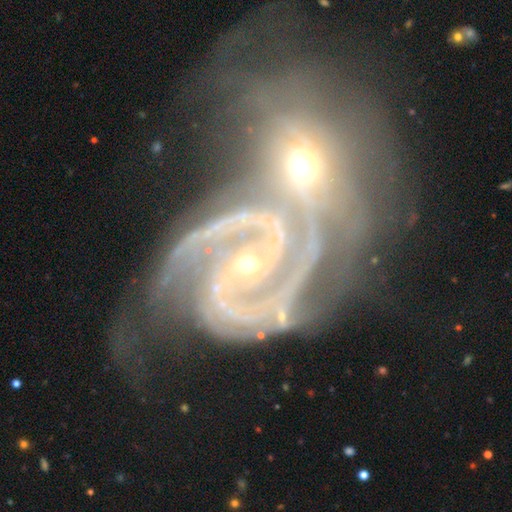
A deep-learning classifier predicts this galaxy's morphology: smooth_or_featured: featured or disk (p=0.92) [alt: star or artifact p=0.05]
disk_edge_on: no (p=0.98) [alt: yes p=0.02]
bar: no (p=0.46) [alt: weak p=0.32]
has_spiral_arms: yes (p=0.98) [alt: no p=0.02]
spiral_winding: tight (p=0.55) [alt: medium p=0.38]
spiral_arm_count: 2 (p=0.56) [alt: 3 p=0.22]
bulge_size: small (p=0.75) [alt: moderate p=0.21]
merging: merger (p=0.51) [alt: none p=0.27]